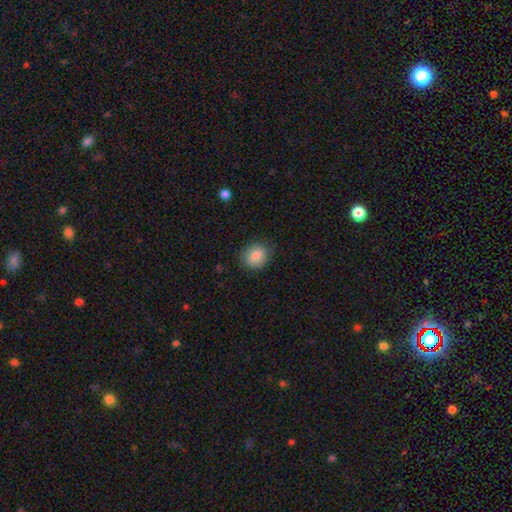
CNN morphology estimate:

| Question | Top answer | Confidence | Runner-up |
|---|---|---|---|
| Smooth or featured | smooth | 85% | star or artifact (8%) |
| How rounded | round | 57% | in between (42%) |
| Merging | none | 80% | minor disturbance (15%) |